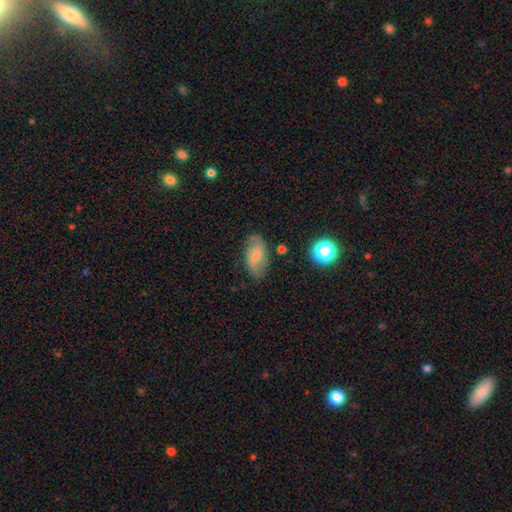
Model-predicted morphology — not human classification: The model was most divided on "smooth or featured": featured or disk: 47%, smooth: 44%, star or artifact: 9%. More confident: merging — none (74%).